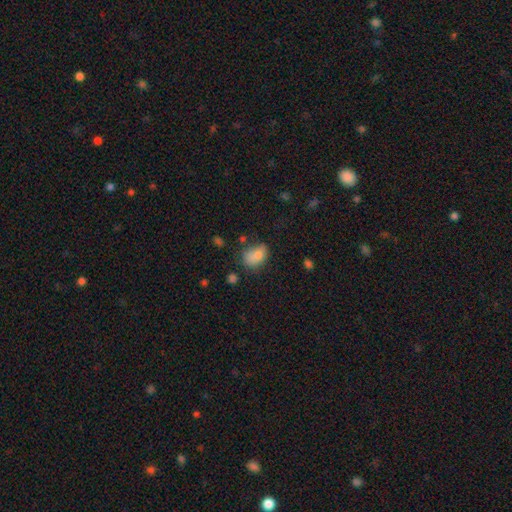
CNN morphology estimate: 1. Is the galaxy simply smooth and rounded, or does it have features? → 80% smooth, 10% featured or disk, 10% star or artifact.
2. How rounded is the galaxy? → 81% in between, 17% round, 2% cigar-shaped.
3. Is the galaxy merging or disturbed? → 49% none, 30% minor disturbance, 13% major disturbance, 9% merger.